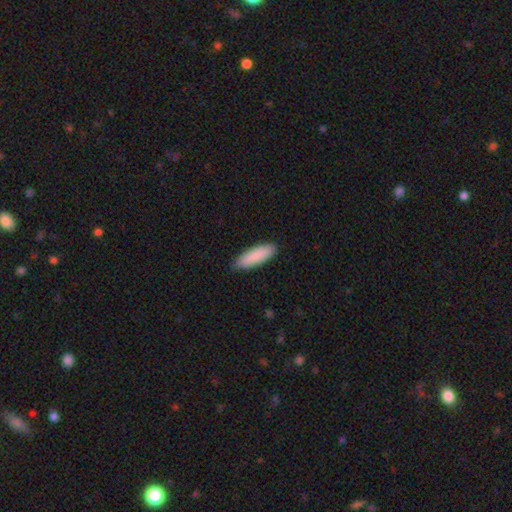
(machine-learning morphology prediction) This appears to be a smooth galaxy with no disk features (89%) that is in between round and cigar-shaped (50%). Merging: none (86%).